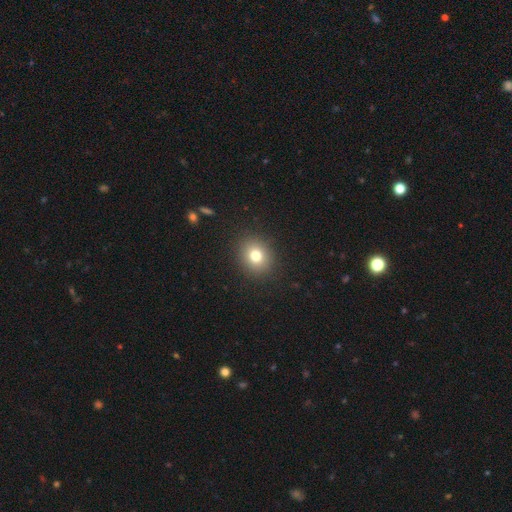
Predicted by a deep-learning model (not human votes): smooth-or-featured: smooth: 77% | star or artifact: 13% | featured or disk: 10%
  how-rounded: round: 72% | in between: 27% | cigar-shaped: 1%
  merging: none: 90% | minor disturbance: 6% | major disturbance: 3% | merger: 1%